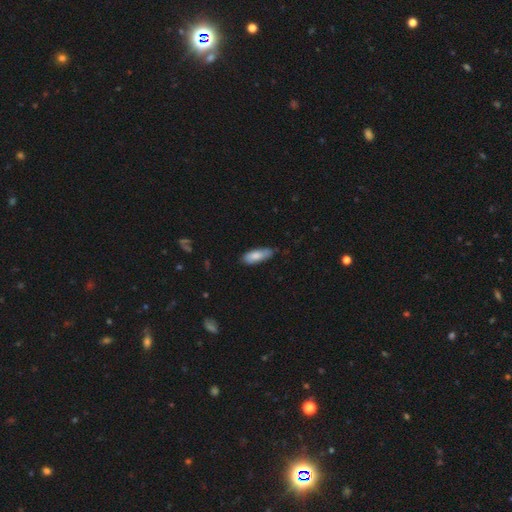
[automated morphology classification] type=smooth (80%); roundness=in between (69%); merging=none (69%).